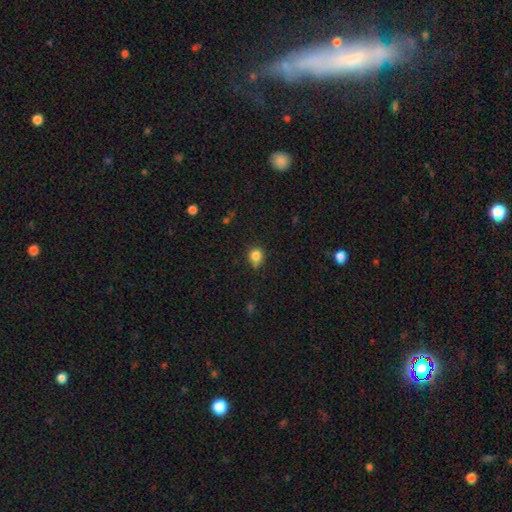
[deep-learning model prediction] A smooth galaxy with no disk features (84%) that is round (82%). Merging: none (68%).